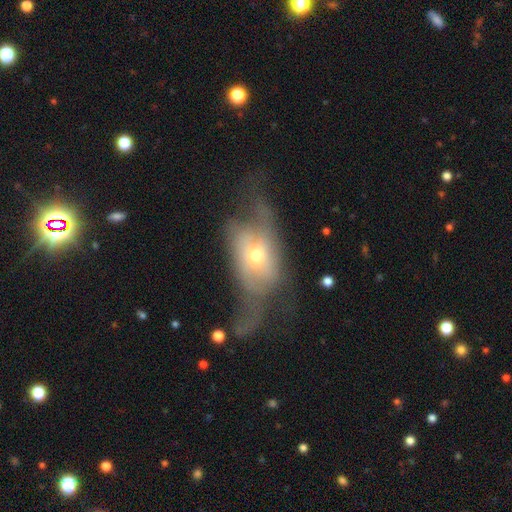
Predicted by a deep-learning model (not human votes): featured or disk 52%, smooth 39%, star or artifact 9%. Down the decision tree: edge-on disk — no (82%); merging — major disturbance (55%).